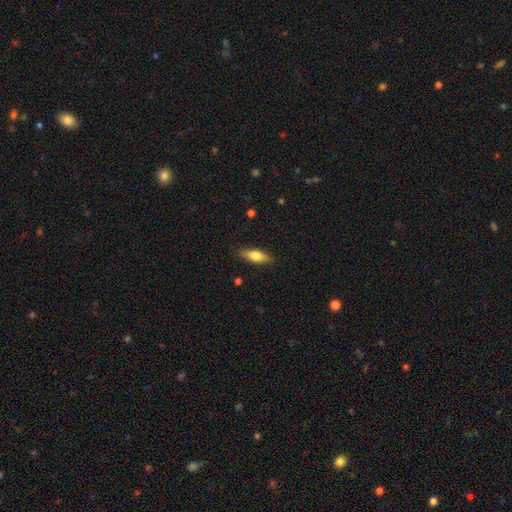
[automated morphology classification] Q: Smooth or featured?
A: smooth (65%); runner-up: featured or disk (29%)
Q: How rounded?
A: in between (52%); runner-up: cigar-shaped (45%)
Q: Merging?
A: none (87%); runner-up: minor disturbance (10%)